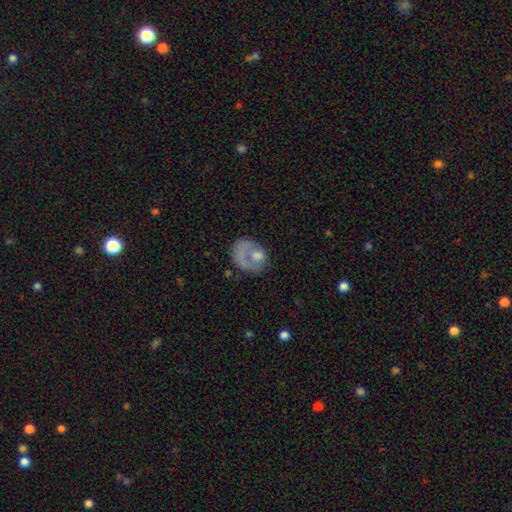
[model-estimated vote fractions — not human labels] Smooth or featured: smooth — 47% (featured or disk — 44%)
Merging: none — 39% (major disturbance — 35%)